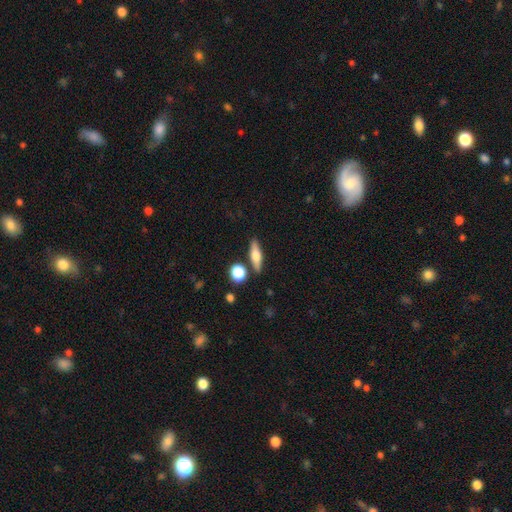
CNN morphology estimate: A smooth galaxy with no disk features (53%) that is cigar-shaped (52%).

Vote fractions:
- Smooth or featured? smooth: 53% / featured or disk: 39% / star or artifact: 8%
- How rounded? cigar-shaped: 52% / in between: 40% / round: 8%
- Merging? none: 82% / minor disturbance: 9% / merger: 7% / major disturbance: 2%